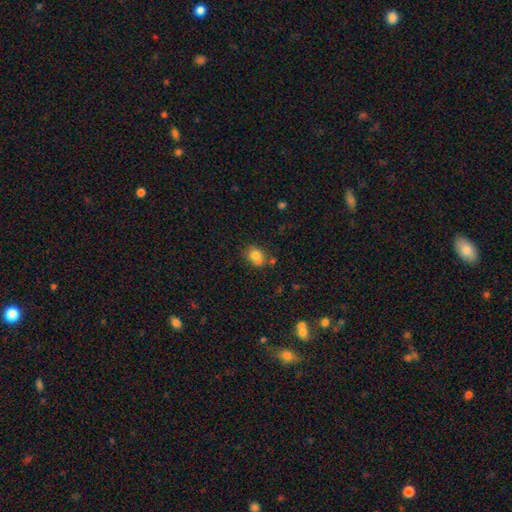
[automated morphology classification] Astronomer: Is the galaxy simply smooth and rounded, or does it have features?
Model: smooth — 77%.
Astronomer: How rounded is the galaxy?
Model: round — 53% (runner-up: in between, 46%).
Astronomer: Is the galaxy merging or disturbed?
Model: none — 58%.